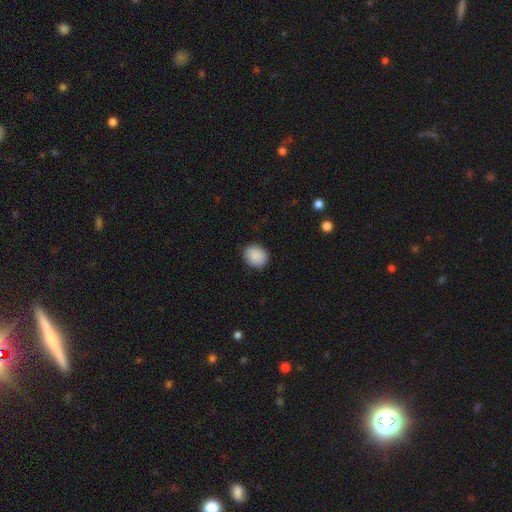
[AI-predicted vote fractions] A smooth galaxy with no disk features (90%) that is round (71%). Merging: none (88%).